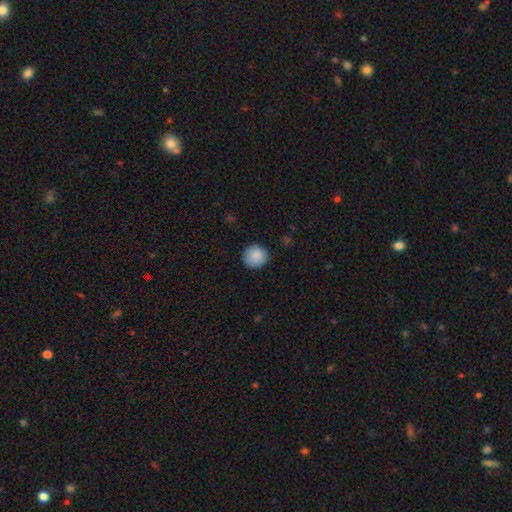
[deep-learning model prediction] smooth 88%, star or artifact 7%, featured or disk 5%. Down the decision tree: how rounded — round (92%); merging — none (89%).